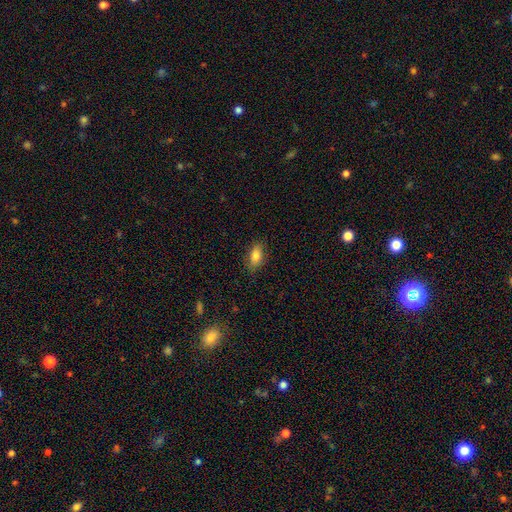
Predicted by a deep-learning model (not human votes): Q: Smooth or featured?
A: smooth (82%); runner-up: featured or disk (10%)
Q: How rounded?
A: in between (88%); runner-up: cigar-shaped (7%)
Q: Merging?
A: none (84%); runner-up: minor disturbance (13%)